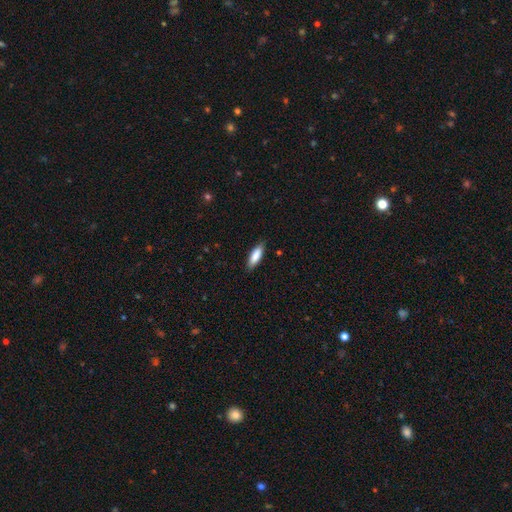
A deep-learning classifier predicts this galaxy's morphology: type=smooth (86%); roundness=in between (55%); merging=none (85%).